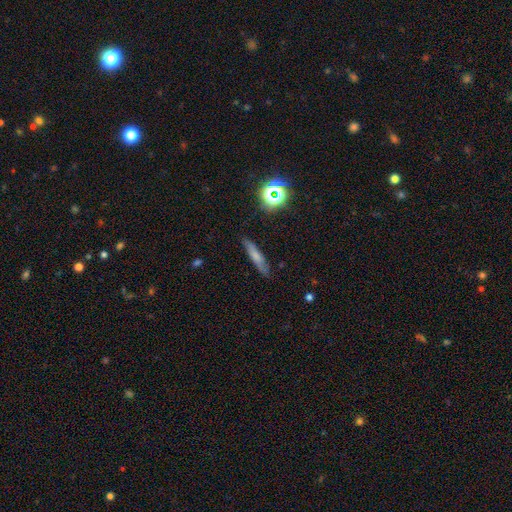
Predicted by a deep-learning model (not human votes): smooth 63%, featured or disk 26%, star or artifact 11%. Down the decision tree: how rounded — cigar-shaped (84%); merging — none (83%).